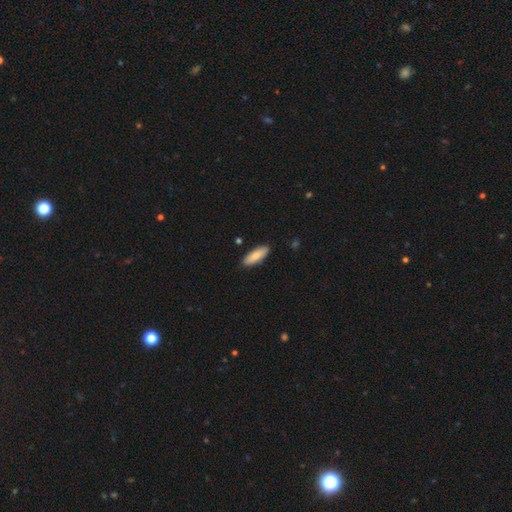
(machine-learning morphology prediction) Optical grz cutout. It shows a smooth galaxy with no disk features (84%) that is in between round and cigar-shaped (61%). Merging: none (88%).